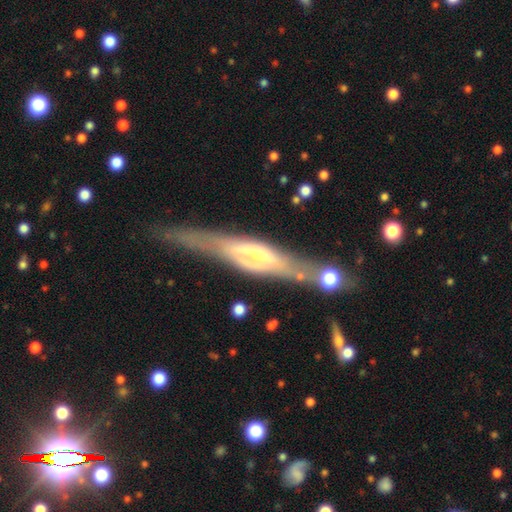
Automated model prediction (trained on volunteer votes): Smooth or featured?
  - featured or disk: 69% *
  - smooth: 24%
  - star or artifact: 6%
Edge-on disk?
  - yes: 91% *
  - no: 9%
Edge-on bulge?
  - rounded: 62% *
  - boxy: 26%
  - none: 12%
Merging?
  - none: 69% *
  - minor disturbance: 18%
  - major disturbance: 7%
  - merger: 6%